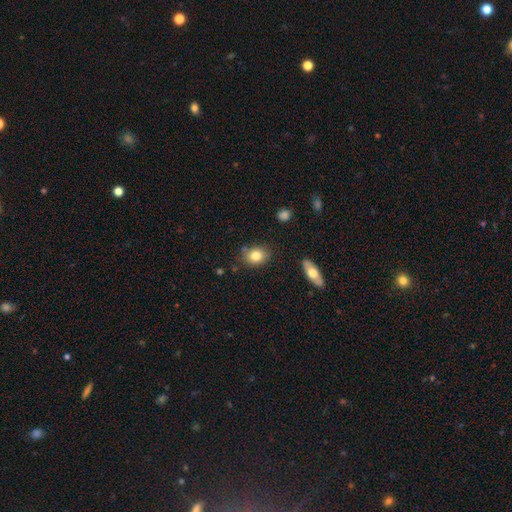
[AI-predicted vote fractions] Smooth or featured?
  - smooth: 81% *
  - featured or disk: 11%
  - star or artifact: 8%
How rounded?
  - in between: 58% *
  - round: 40%
  - cigar-shaped: 1%
Merging?
  - none: 77% *
  - minor disturbance: 15%
  - merger: 5%
  - major disturbance: 3%